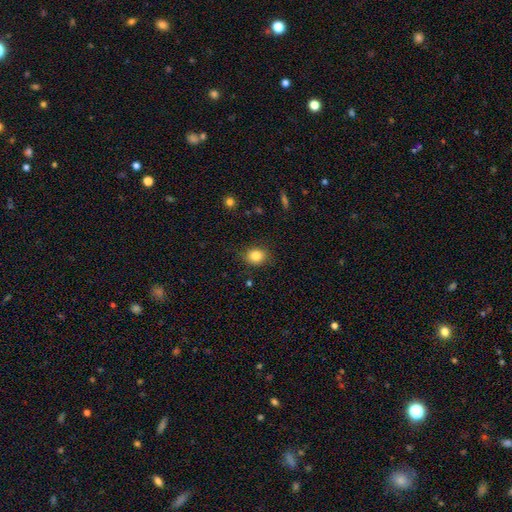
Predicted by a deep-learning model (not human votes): Q: Smooth or featured?
A: smooth (84%); runner-up: star or artifact (10%)
Q: How rounded?
A: round (60%); runner-up: in between (39%)
Q: Merging?
A: none (83%); runner-up: minor disturbance (13%)